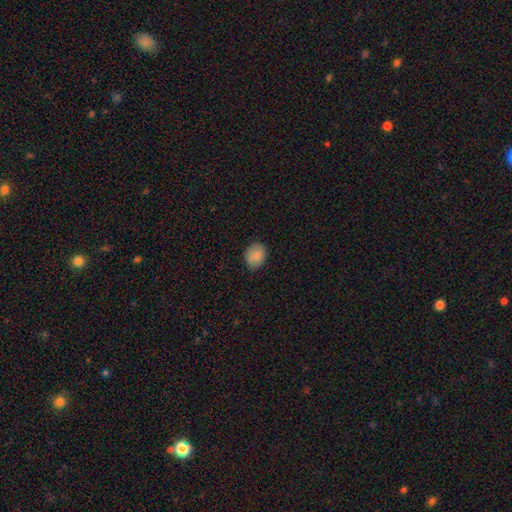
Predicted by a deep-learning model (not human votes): Smooth or featured?
  - smooth: 87% *
  - star or artifact: 8%
  - featured or disk: 5%
How rounded?
  - in between: 53% *
  - round: 46%
  - cigar-shaped: 1%
Merging?
  - none: 82% *
  - minor disturbance: 15%
  - major disturbance: 3%
  - merger: 1%